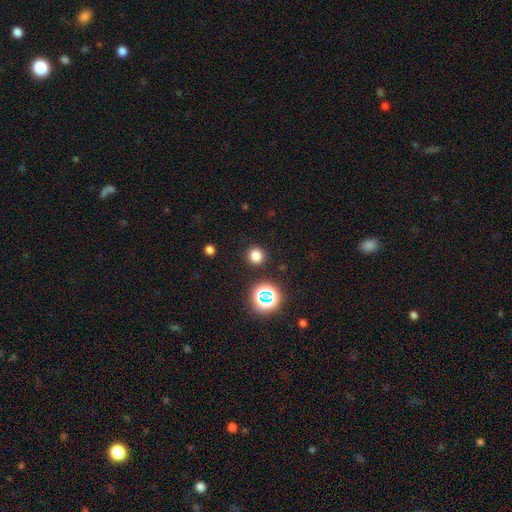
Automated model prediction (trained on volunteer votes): This appears to be a smooth galaxy with no disk features (76%) that is round (92%). Merging: none (90%).